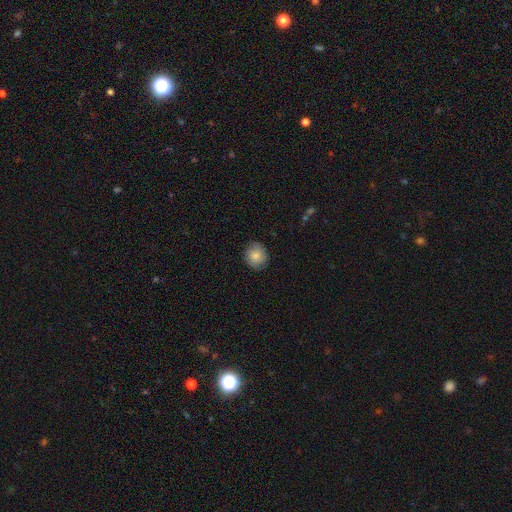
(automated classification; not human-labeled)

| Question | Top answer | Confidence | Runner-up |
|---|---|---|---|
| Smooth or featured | smooth | 83% | featured or disk (9%) |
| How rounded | round | 85% | in between (14%) |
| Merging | none | 85% | minor disturbance (11%) |